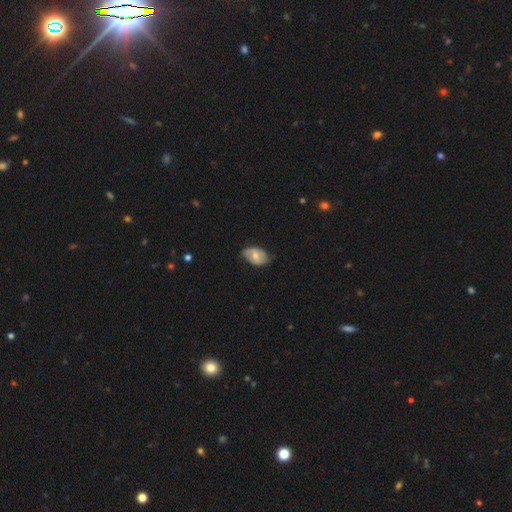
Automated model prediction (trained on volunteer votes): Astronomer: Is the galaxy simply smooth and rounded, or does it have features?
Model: smooth — 50% (runner-up: featured or disk, 44%).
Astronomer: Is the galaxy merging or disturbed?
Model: none — 69%.